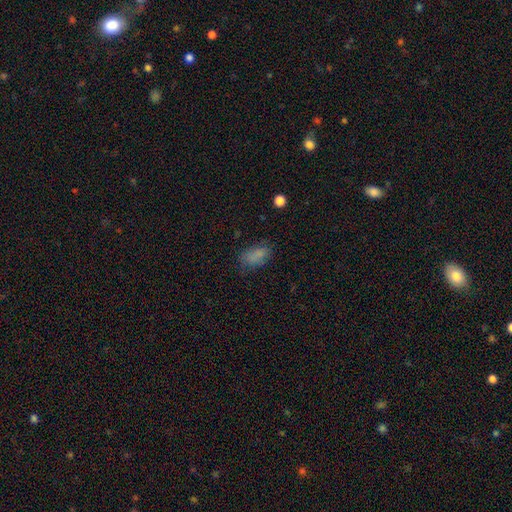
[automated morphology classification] A smooth galaxy with no disk features (79%) that is in between round and cigar-shaped (90%). Merging: none (63%).